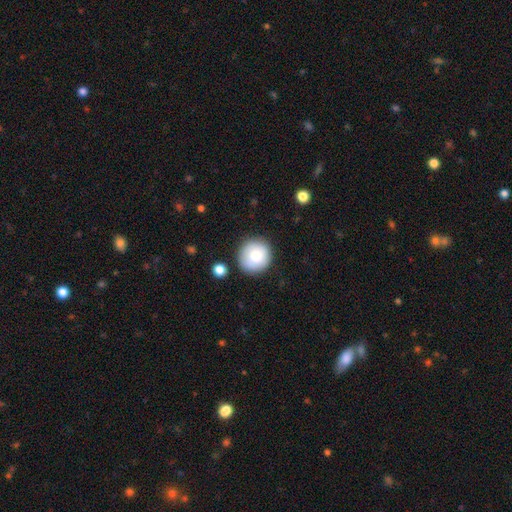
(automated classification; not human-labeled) Smooth or featured?
  - smooth: 80% *
  - featured or disk: 12%
  - star or artifact: 8%
How rounded?
  - round: 93% *
  - in between: 6%
  - cigar-shaped: 1%
Merging?
  - none: 85% *
  - minor disturbance: 10%
  - merger: 3%
  - major disturbance: 3%